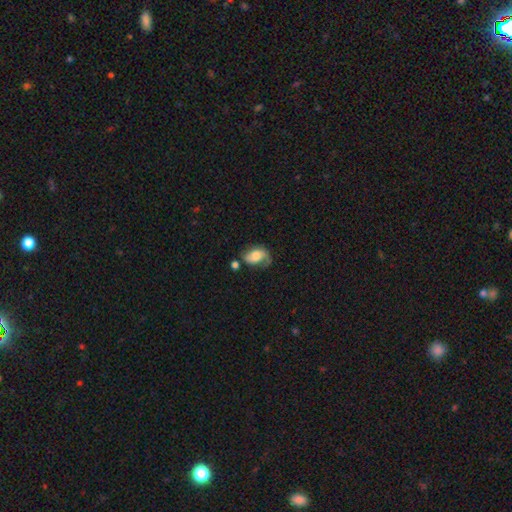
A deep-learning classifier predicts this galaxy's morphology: Smooth or featured?
  - featured or disk: 52% *
  - smooth: 40%
  - star or artifact: 8%
Edge-on disk?
  - no: 97% *
  - yes: 3%
Bar?
  - no: 65% *
  - weak: 28%
  - strong: 7%
Spiral arms?
  - yes: 85% *
  - no: 15%
Bulge size?
  - moderate: 44% *
  - large: 23%
  - small: 21%
  - none: 7%
  - dominant: 4%
Merging?
  - none: 42% *
  - minor disturbance: 28%
  - major disturbance: 22%
  - merger: 7%